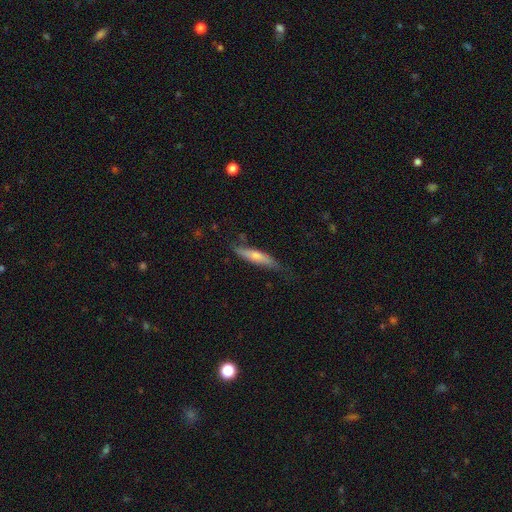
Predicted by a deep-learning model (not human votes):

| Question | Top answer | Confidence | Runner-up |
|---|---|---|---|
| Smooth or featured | smooth | 52% | featured or disk (41%) |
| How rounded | cigar-shaped | 86% | in between (12%) |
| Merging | none | 70% | minor disturbance (23%) |